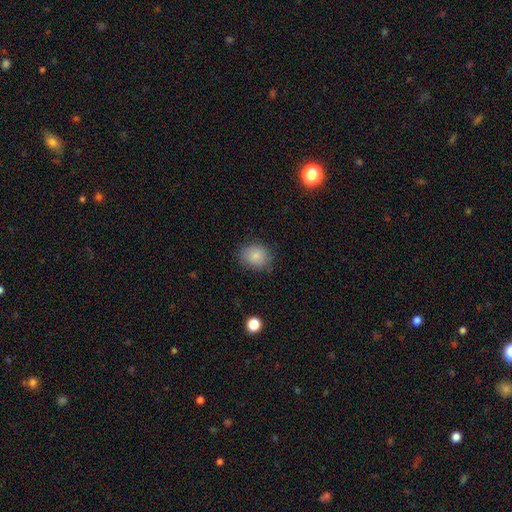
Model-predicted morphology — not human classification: smooth 83%, star or artifact 9%, featured or disk 8%. Down the decision tree: how rounded — round (60%); merging — none (76%).